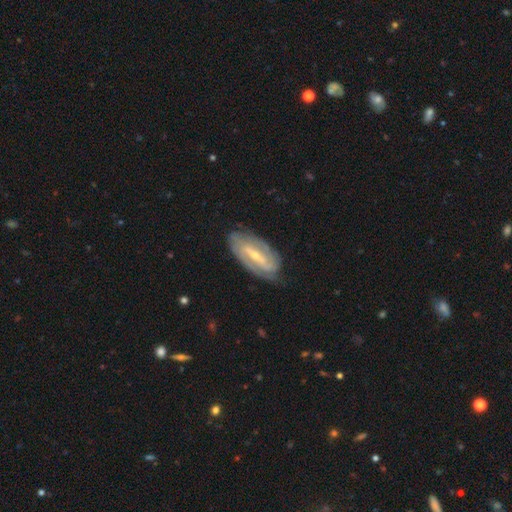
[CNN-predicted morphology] The model was most divided on "spiral winding": tight: 49%, medium: 37%, loose: 14%. More confident: edge-on disk — no (92%); spiral arms — yes (91%); smooth or featured — featured or disk (84%); merging — none (78%); spiral arm count — 2 (71%); bulge size — small (62%); bar — strong (56%).